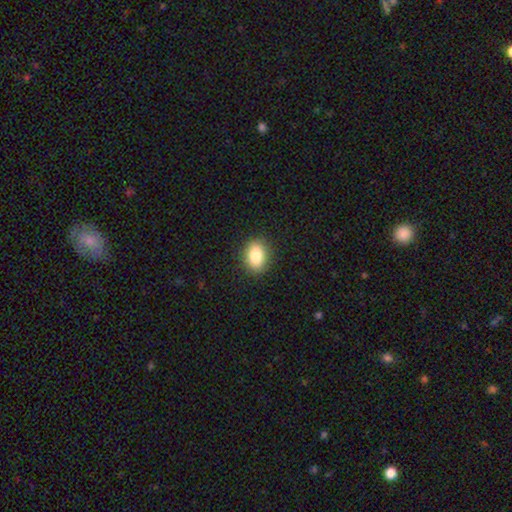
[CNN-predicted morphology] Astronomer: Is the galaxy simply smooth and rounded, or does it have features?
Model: smooth — 83%.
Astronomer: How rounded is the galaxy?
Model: in between — 74%.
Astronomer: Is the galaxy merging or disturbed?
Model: none — 89%.